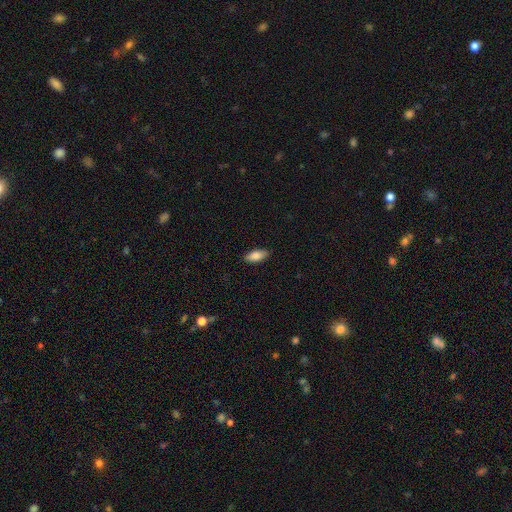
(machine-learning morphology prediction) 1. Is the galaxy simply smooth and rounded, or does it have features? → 84% smooth, 9% featured or disk, 7% star or artifact.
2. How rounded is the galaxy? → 85% in between, 13% cigar-shaped, 2% round.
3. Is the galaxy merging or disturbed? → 88% none, 9% minor disturbance, 2% major disturbance, 1% merger.